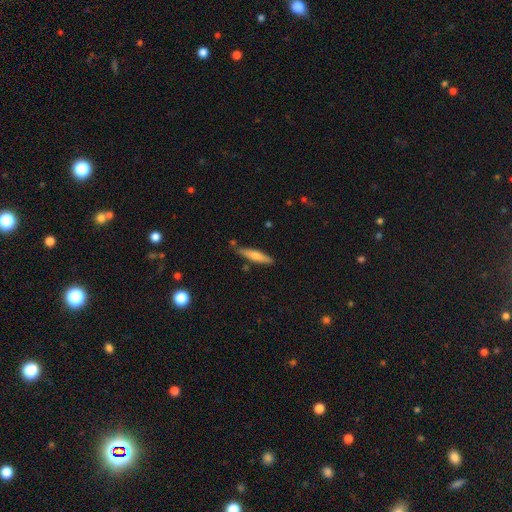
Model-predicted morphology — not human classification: The model was most divided on "smooth or featured": smooth: 60%, featured or disk: 34%, star or artifact: 6%. More confident: how rounded — cigar-shaped (86%); merging — none (79%).